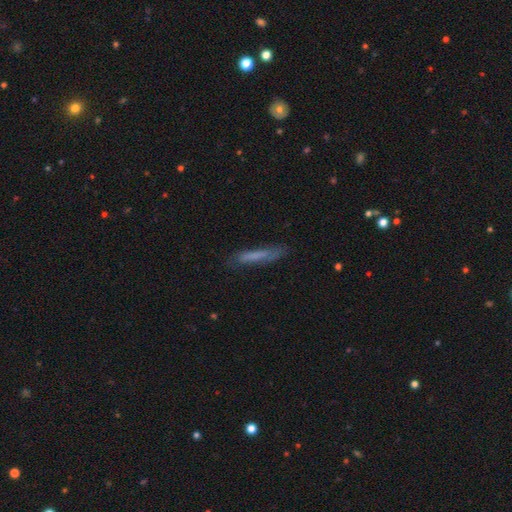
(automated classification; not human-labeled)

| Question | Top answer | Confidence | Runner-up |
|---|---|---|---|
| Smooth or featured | smooth | 62% | featured or disk (30%) |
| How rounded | cigar-shaped | 93% | in between (6%) |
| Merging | none | 76% | minor disturbance (18%) |